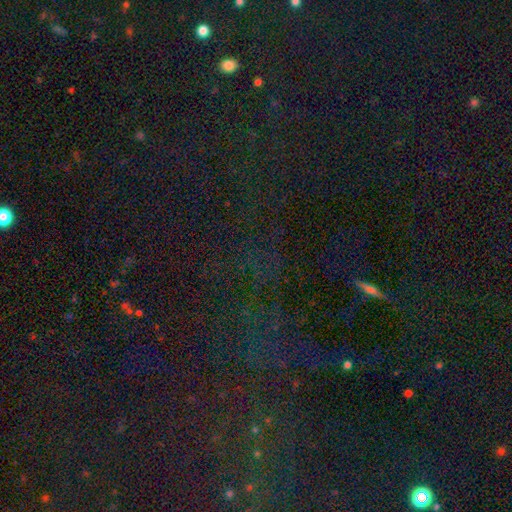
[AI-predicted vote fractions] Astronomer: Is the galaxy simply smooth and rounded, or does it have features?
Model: star or artifact — 77%.